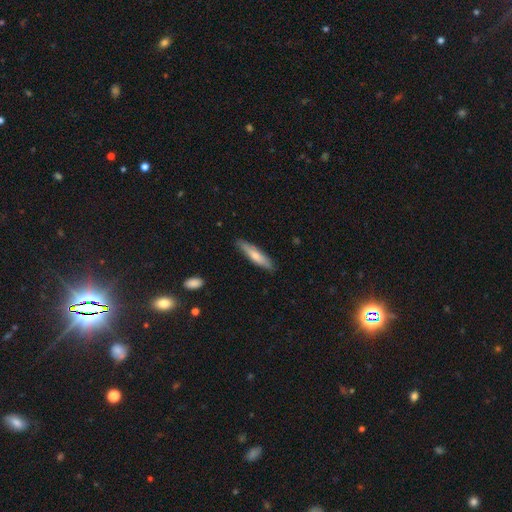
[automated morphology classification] type=smooth (63%); roundness=cigar-shaped (81%); merging=none (86%).